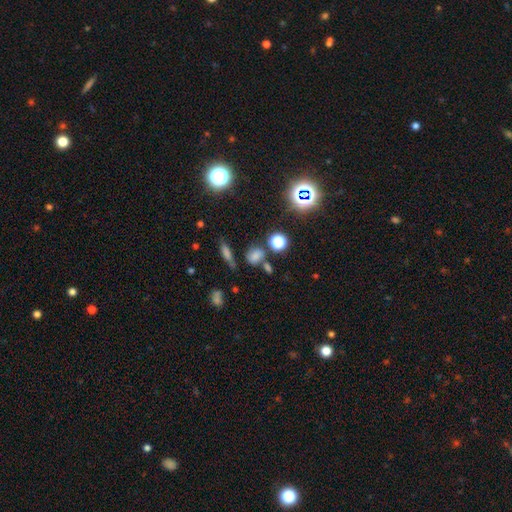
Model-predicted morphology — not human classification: A smooth galaxy with no disk features (64%) that is in between round and cigar-shaped (50%). Merging: none (64%).